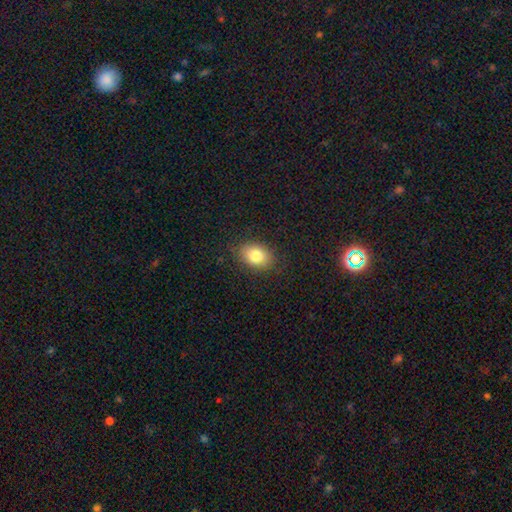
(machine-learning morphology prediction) smooth_or_featured: smooth (p=0.82) [alt: featured or disk p=0.09]
how_rounded: in between (p=0.77) [alt: round p=0.22]
merging: none (p=0.85) [alt: minor disturbance p=0.11]